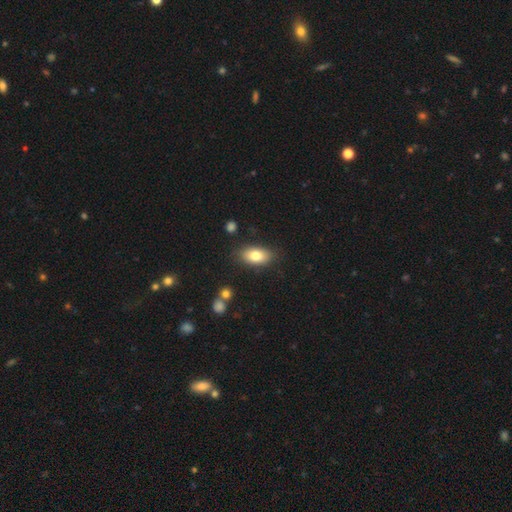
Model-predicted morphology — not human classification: A smooth galaxy with no disk features (80%) that is in between round and cigar-shaped (90%).

Vote fractions:
- Smooth or featured? smooth: 80% / featured or disk: 13% / star or artifact: 8%
- How rounded? in between: 90% / round: 6% / cigar-shaped: 4%
- Merging? none: 83% / minor disturbance: 12% / major disturbance: 3% / merger: 2%